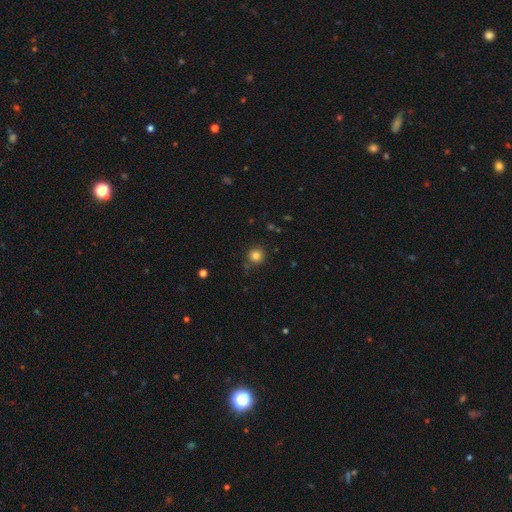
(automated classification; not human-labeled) A smooth galaxy with no disk features (82%) that is round (94%).

Vote fractions:
- Smooth or featured? smooth: 82% / star or artifact: 13% / featured or disk: 5%
- How rounded? round: 94% / in between: 6% / cigar-shaped: 1%
- Merging? none: 85% / minor disturbance: 9% / merger: 3% / major disturbance: 3%